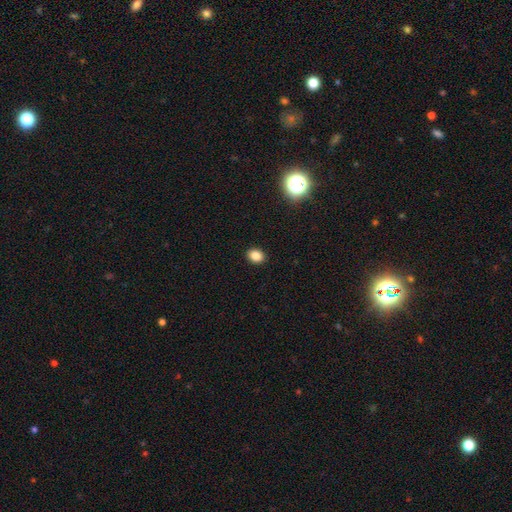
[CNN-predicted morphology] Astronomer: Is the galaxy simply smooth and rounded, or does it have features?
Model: smooth — 84%.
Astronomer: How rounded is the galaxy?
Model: in between — 53% (runner-up: round, 46%).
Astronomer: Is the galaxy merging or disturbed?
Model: none — 91%.